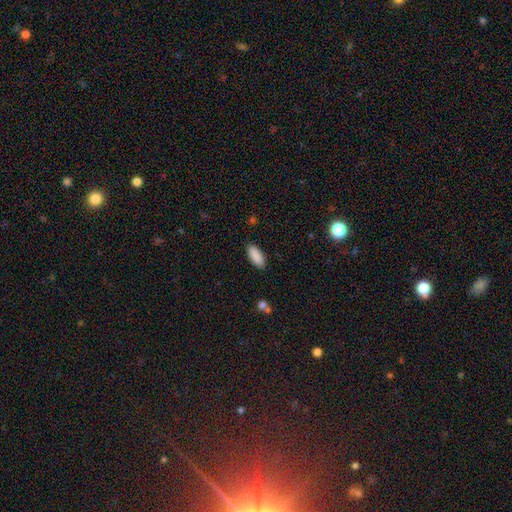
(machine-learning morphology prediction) Smooth or featured? smooth (90%)
How rounded? in between (82%)
Merging? none (89%)